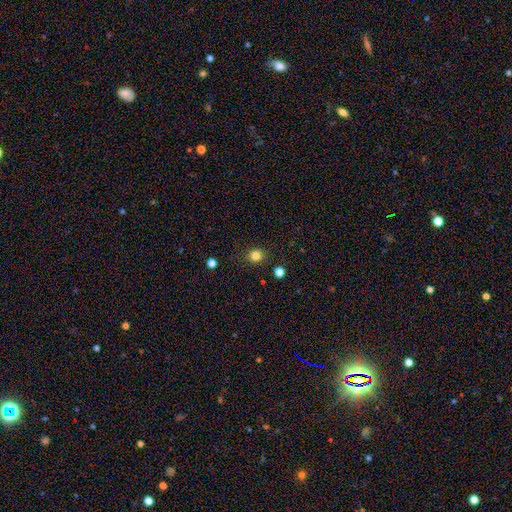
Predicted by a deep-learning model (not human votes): This is clearly a smooth galaxy (82%). How rounded: clearly round (85%). Merging: clearly none (88%).